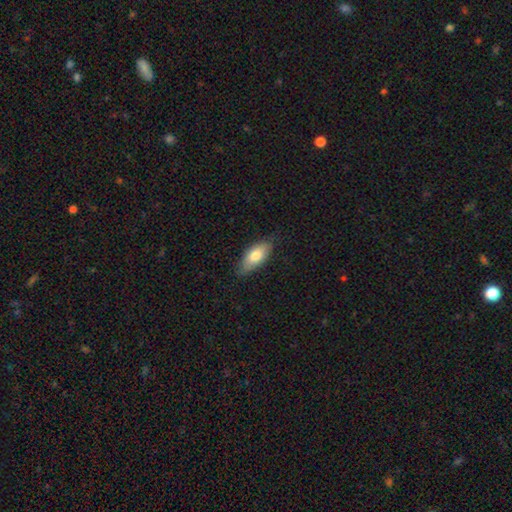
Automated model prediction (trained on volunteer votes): Smooth or featured?
  - smooth: 73% *
  - featured or disk: 21%
  - star or artifact: 6%
How rounded?
  - in between: 84% *
  - cigar-shaped: 13%
  - round: 3%
Merging?
  - none: 76% *
  - minor disturbance: 19%
  - major disturbance: 3%
  - merger: 1%